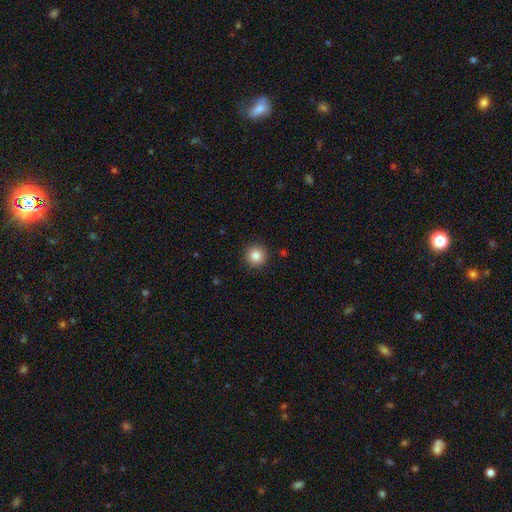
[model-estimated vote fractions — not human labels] Smooth or featured? smooth (86%)
How rounded? round (95%)
Merging? none (92%)